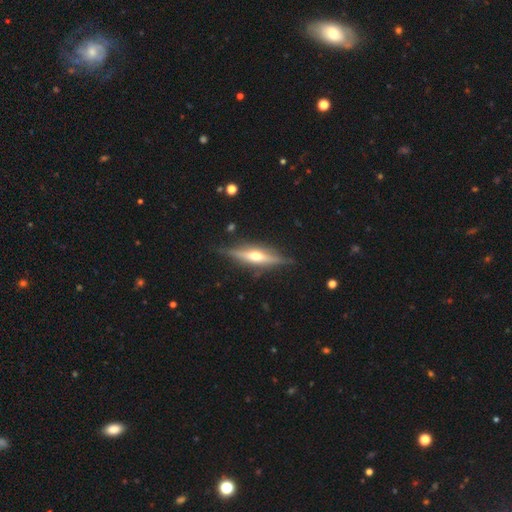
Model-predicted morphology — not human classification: A featured or disk galaxy (73%) viewed edge-on (95%) with a rounded central bulge (92%). Merging: none (86%).